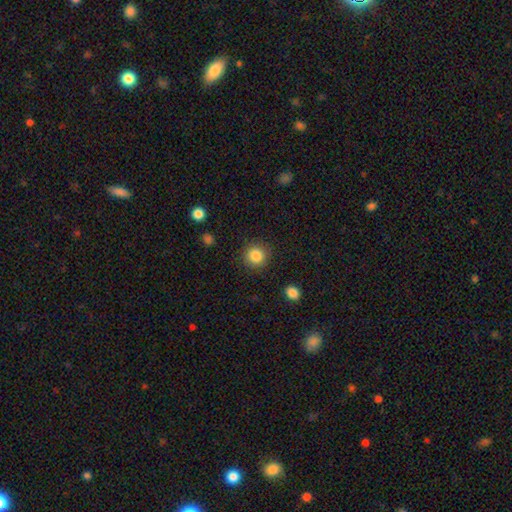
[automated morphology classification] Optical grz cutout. It shows a smooth galaxy with no disk features (85%) that is round (93%). Merging: none (89%).